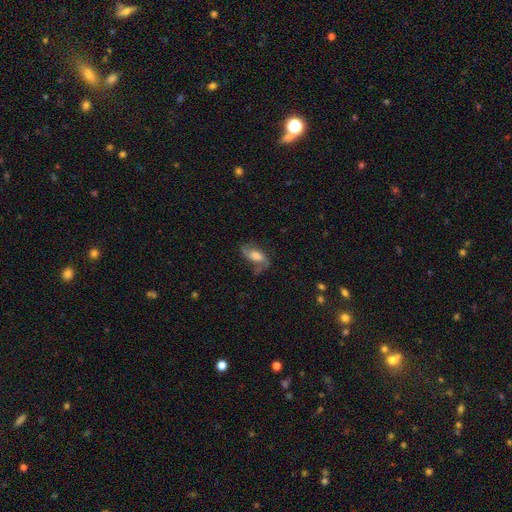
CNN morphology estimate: A featured or disk galaxy (59%) with no bar (49%), spiral arms (87%) and a moderate central bulge (38%). Merging: none (54%).